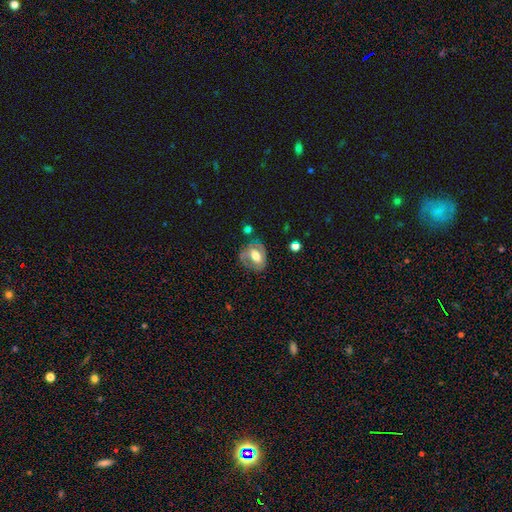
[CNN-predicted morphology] smooth_or_featured: featured or disk (p=0.55) [alt: smooth p=0.38]
disk_edge_on: no (p=0.94) [alt: yes p=0.06]
bar: no (p=0.41) [alt: weak p=0.35]
has_spiral_arms: yes (p=0.52) [alt: no p=0.48]
bulge_size: moderate (p=0.63) [alt: large p=0.26]
merging: none (p=0.59) [alt: minor disturbance p=0.24]